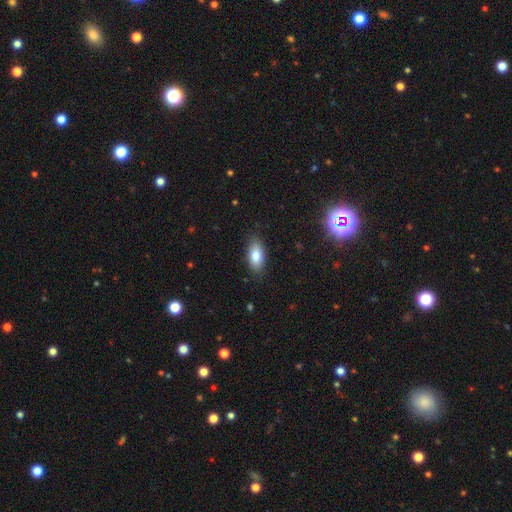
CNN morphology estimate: A smooth galaxy with no disk features (83%) that is in between round and cigar-shaped (89%).

Vote fractions:
- Smooth or featured? smooth: 83% / featured or disk: 10% / star or artifact: 7%
- How rounded? in between: 89% / cigar-shaped: 8% / round: 3%
- Merging? none: 85% / minor disturbance: 12% / major disturbance: 3% / merger: 1%